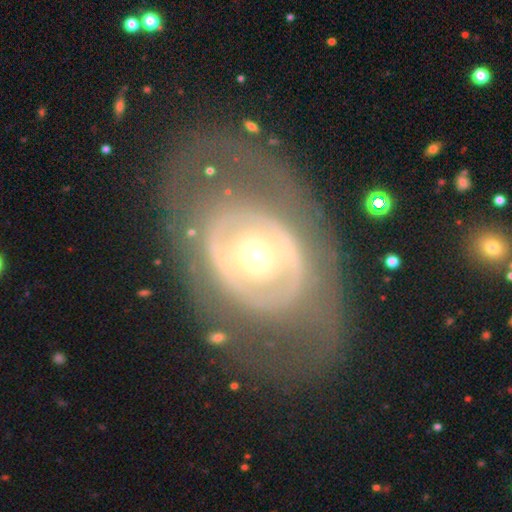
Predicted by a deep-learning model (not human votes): Smooth or featured? featured or disk (74%)
Edge-on disk? no (93%)
Bar? no (59%)
Spiral arms? no (68%)
Bulge size? moderate (57%)
Merging? none (71%)